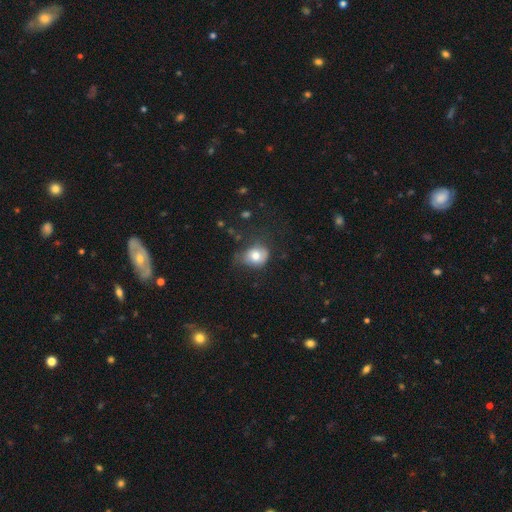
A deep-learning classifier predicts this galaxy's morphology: Smooth or featured? Predicted: smooth (p=0.74). How rounded? Predicted: round (p=0.53). Merging? Predicted: none (p=0.45).